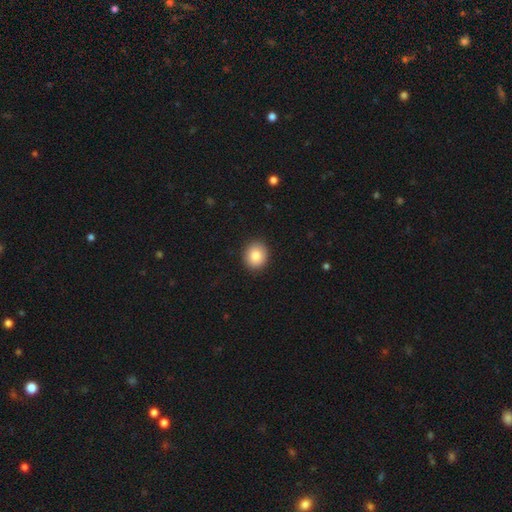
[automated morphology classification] Smooth or featured: smooth — 85% (star or artifact — 8%)
How rounded: round — 77% (in between — 22%)
Merging: none — 91% (minor disturbance — 7%)